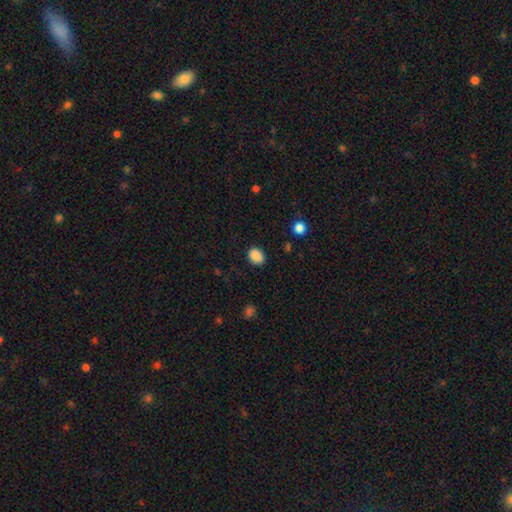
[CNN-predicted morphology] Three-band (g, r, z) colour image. It shows a smooth galaxy with no disk features (88%) that is in between round and cigar-shaped (63%). Merging: none (83%).